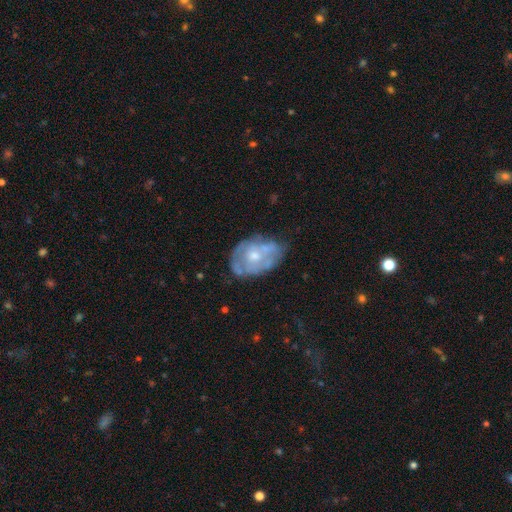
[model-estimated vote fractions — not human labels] smooth_or_featured: featured or disk (p=0.63) [alt: smooth p=0.30]
disk_edge_on: no (p=0.96) [alt: yes p=0.04]
bar: no (p=0.84) [alt: weak p=0.13]
has_spiral_arms: no (p=0.68) [alt: yes p=0.32]
bulge_size: moderate (p=0.56) [alt: small p=0.36]
merging: none (p=0.50) [alt: minor disturbance p=0.31]